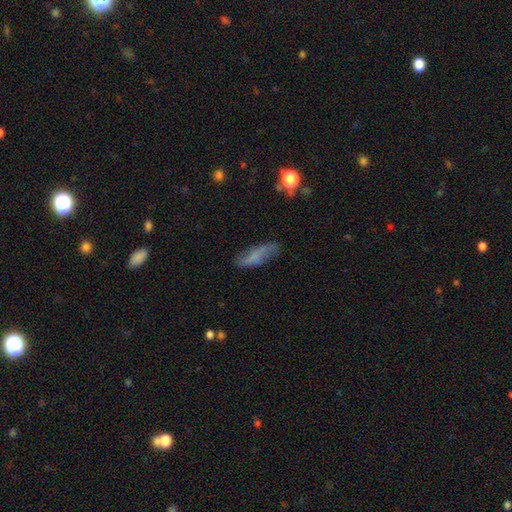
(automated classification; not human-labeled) smooth 58%, featured or disk 32%, star or artifact 10%. Down the decision tree: how rounded — cigar-shaped (52%); merging — none (64%).